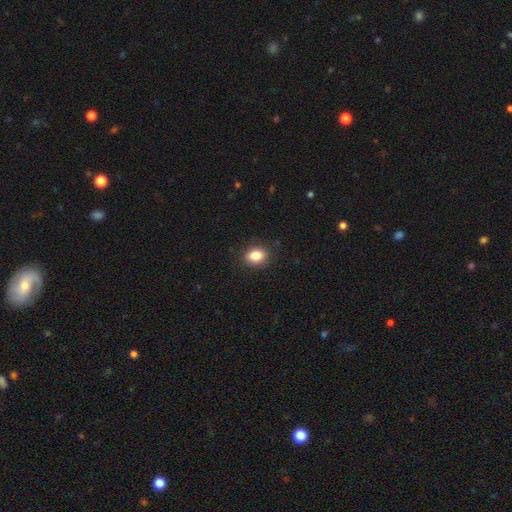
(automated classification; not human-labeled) This is clearly a smooth galaxy (85%). How rounded: likely in between (66%). Merging: clearly none (88%).